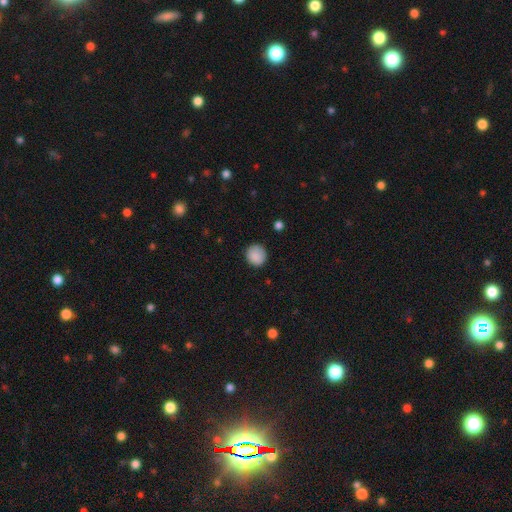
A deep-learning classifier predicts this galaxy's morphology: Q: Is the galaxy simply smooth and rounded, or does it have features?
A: smooth — 89%.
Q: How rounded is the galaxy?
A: round — 88%.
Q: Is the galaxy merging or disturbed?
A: none — 86%.